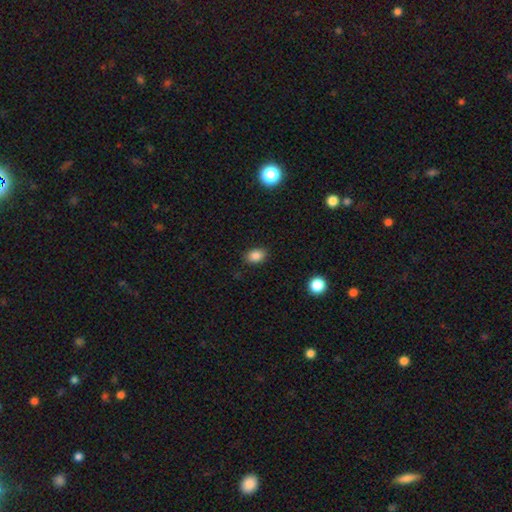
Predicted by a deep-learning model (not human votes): This is clearly a smooth galaxy (85%). How rounded: likely in between (75%). Merging: clearly none (87%).